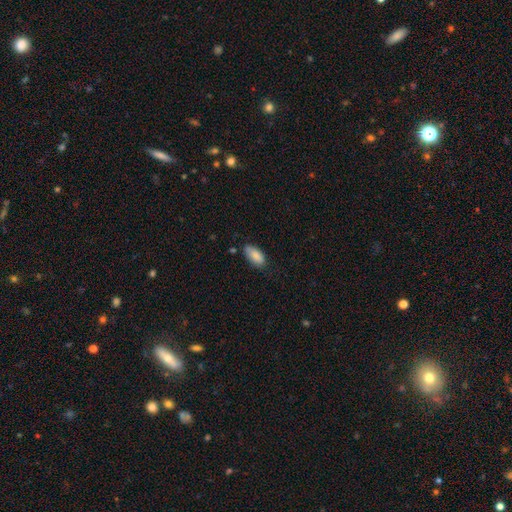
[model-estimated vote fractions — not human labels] This appears to be a smooth galaxy with no disk features (87%) that is in between round and cigar-shaped (90%). Merging: none (72%).